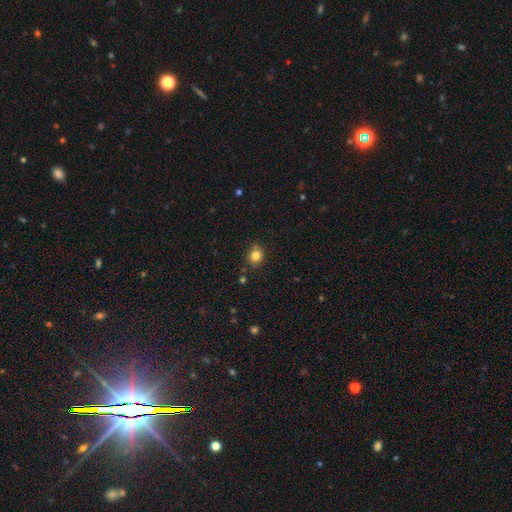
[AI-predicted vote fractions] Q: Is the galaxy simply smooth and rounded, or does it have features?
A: smooth — 81%.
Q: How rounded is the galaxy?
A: round — 65%.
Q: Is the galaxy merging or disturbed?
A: none — 79%.